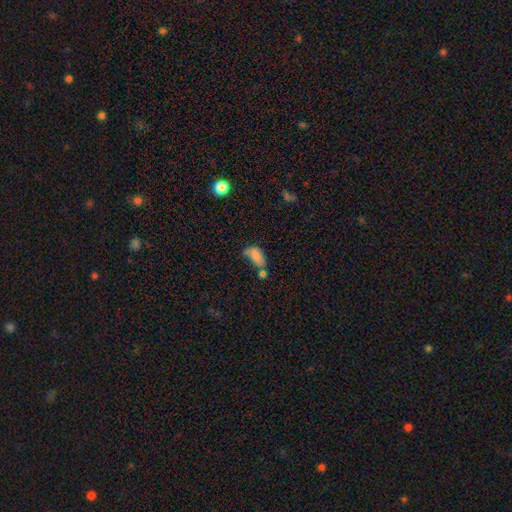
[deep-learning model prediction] The model was most divided on "merging": none: 34%, minor disturbance: 26%, merger: 24%, major disturbance: 16%. More confident: how rounded — in between (91%); smooth or featured — smooth (79%).